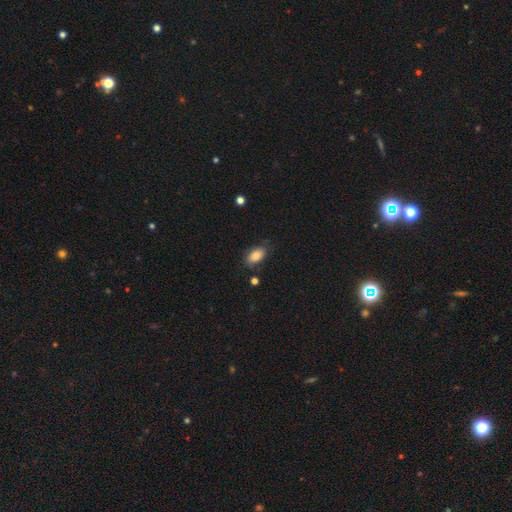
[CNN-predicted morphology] smooth-or-featured: smooth: 83% | featured or disk: 9% | star or artifact: 8%
  how-rounded: in between: 92% | round: 5% | cigar-shaped: 3%
  merging: none: 76% | minor disturbance: 17% | major disturbance: 4% | merger: 3%